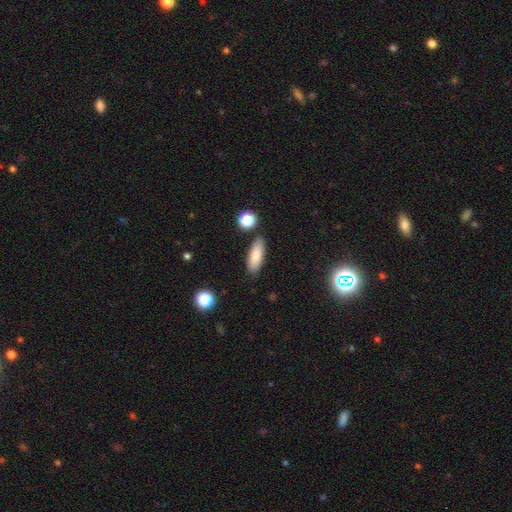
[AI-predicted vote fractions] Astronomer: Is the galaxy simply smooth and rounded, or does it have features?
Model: smooth — 82%.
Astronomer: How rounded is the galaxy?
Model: in between — 65%.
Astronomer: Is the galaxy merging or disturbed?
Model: none — 83%.